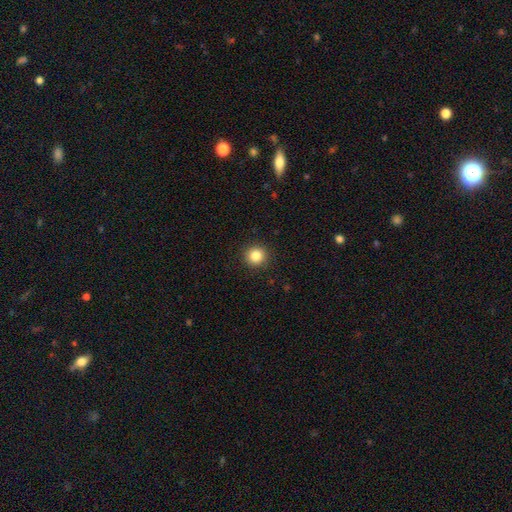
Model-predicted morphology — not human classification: Smooth or featured: smooth — 84% (star or artifact — 11%)
How rounded: round — 93% (in between — 6%)
Merging: none — 92% (minor disturbance — 5%)